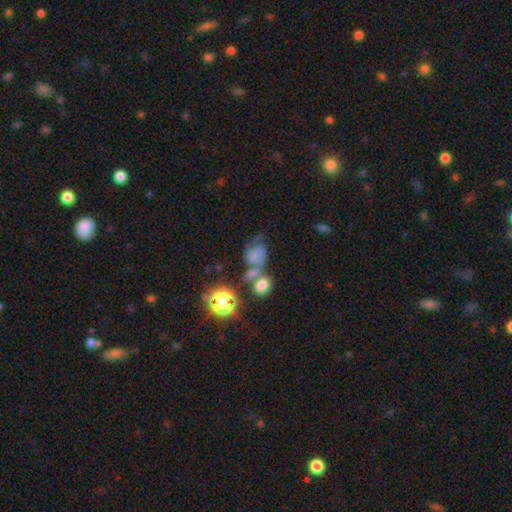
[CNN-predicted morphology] Smooth or featured? Predicted: featured or disk (p=0.50). Edge-on disk? Predicted: no (p=0.97). Merging? Predicted: merger (p=0.38).